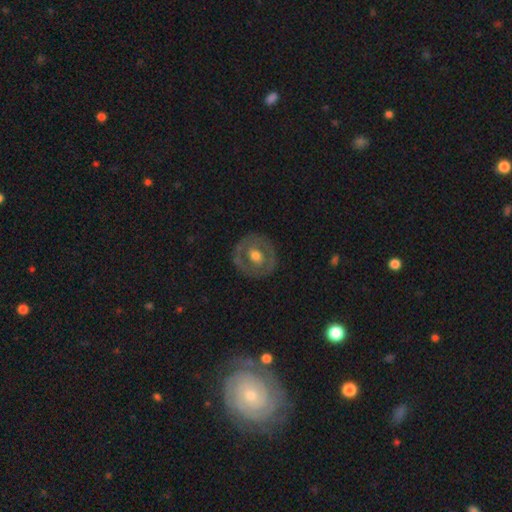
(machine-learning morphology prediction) A featured or disk galaxy (60%) with no bar (68%), no spiral arms (75%) and a moderate central bulge (71%).

Vote fractions:
- Smooth or featured? featured or disk: 60% / smooth: 35% / star or artifact: 5%
- Edge-on disk? no: 96% / yes: 4%
- Bar? no: 68% / weak: 24% / strong: 8%
- Spiral arms? no: 75% / yes: 25%
- Bulge size? moderate: 71% / large: 17% / small: 9% / none: 1% / dominant: 1%
- Merging? none: 82% / minor disturbance: 12% / major disturbance: 5% / merger: 1%